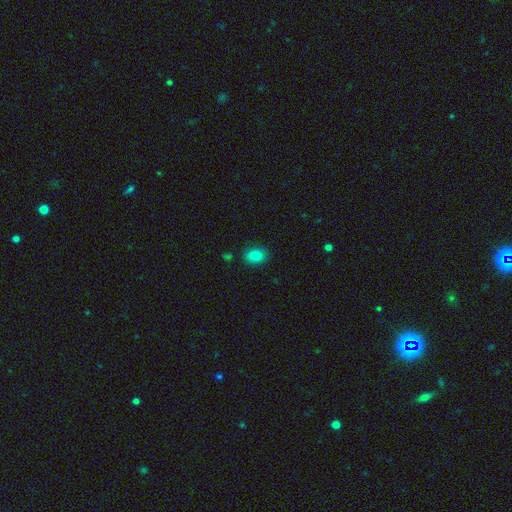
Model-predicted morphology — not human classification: This is clearly a smooth galaxy (83%). How rounded: likely in between (67%). Merging: clearly none (86%).